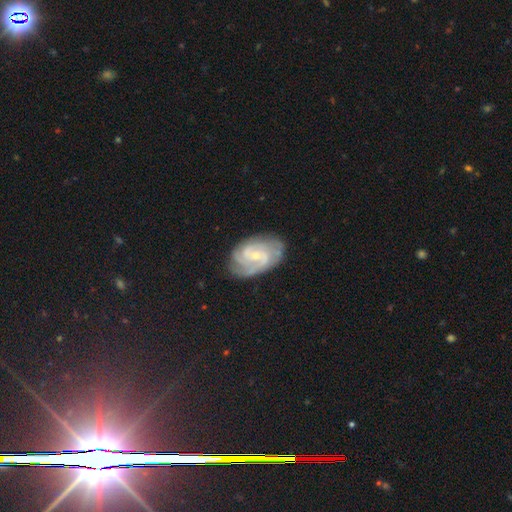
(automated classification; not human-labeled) A featured or disk galaxy (85%) with no bar (47%), 2 (34%) tight (54%) spiral arms (96%) and a small central bulge (64%).

Vote fractions:
- Smooth or featured? featured or disk: 85% / smooth: 10% / star or artifact: 5%
- Edge-on disk? no: 97% / yes: 3%
- Bar? no: 47% / weak: 44% / strong: 9%
- Spiral arms? yes: 96% / no: 4%
- Spiral winding? tight: 54% / medium: 37% / loose: 9%
- Spiral arm count? 2: 34% / 3: 25% / can't tell: 23% / 4: 8% / 1: 5% / more than 4: 5%
- Bulge size? small: 64% / moderate: 32% / none: 2% / large: 1% / dominant: 1%
- Merging? none: 75% / minor disturbance: 18% / major disturbance: 6% / merger: 1%